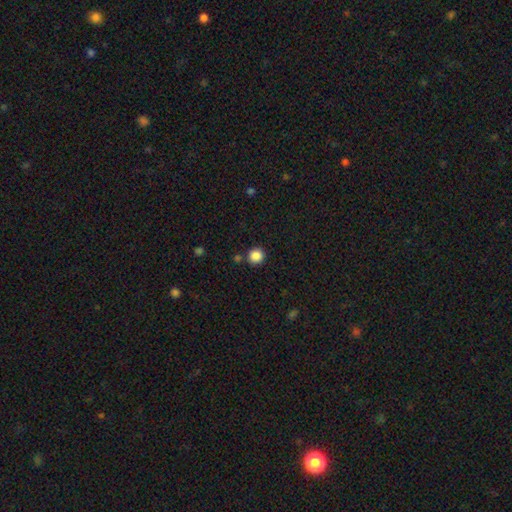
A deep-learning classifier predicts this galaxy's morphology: smooth 86%, star or artifact 11%, featured or disk 3%. Down the decision tree: how rounded — round (93%); merging — none (85%).